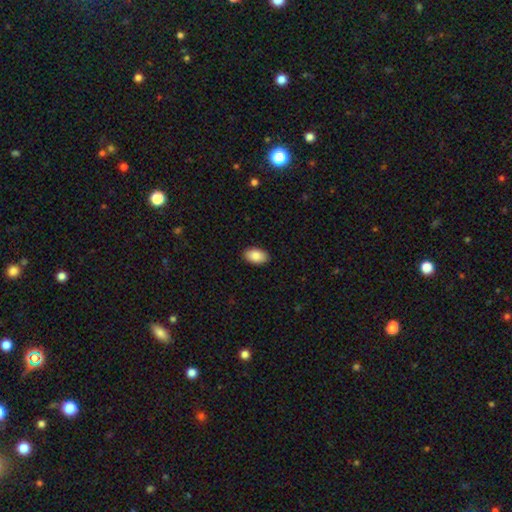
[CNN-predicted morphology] smooth_or_featured: smooth (p=0.88) [alt: star or artifact p=0.06]
how_rounded: in between (p=0.94) [alt: round p=0.05]
merging: none (p=0.89) [alt: minor disturbance p=0.08]